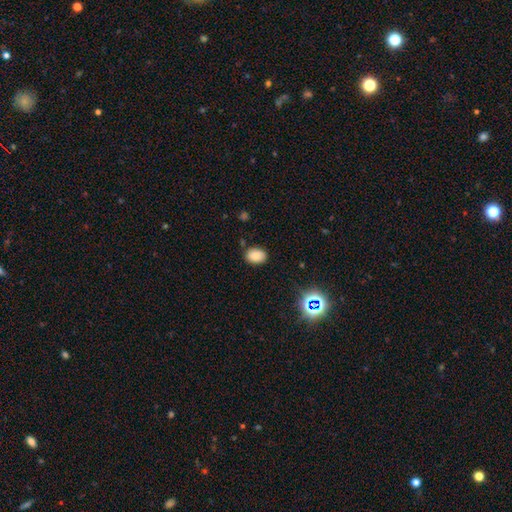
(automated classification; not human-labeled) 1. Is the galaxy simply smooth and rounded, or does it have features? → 83% smooth, 12% star or artifact, 5% featured or disk.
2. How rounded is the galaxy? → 77% in between, 22% round, 1% cigar-shaped.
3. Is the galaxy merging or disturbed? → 83% none, 12% minor disturbance, 3% major disturbance, 2% merger.